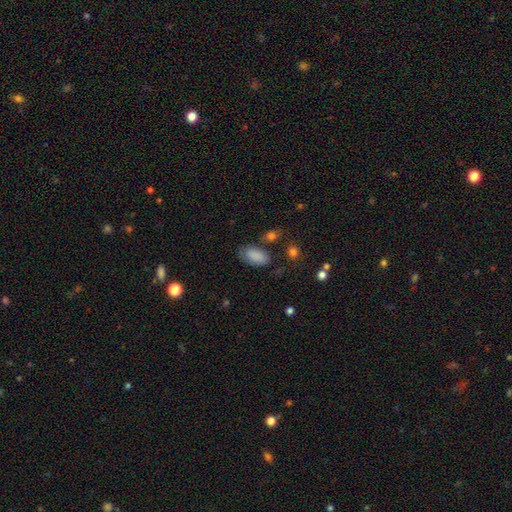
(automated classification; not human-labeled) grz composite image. It shows a smooth galaxy with no disk features (87%) that is in between round and cigar-shaped (93%). Merging: none (73%).